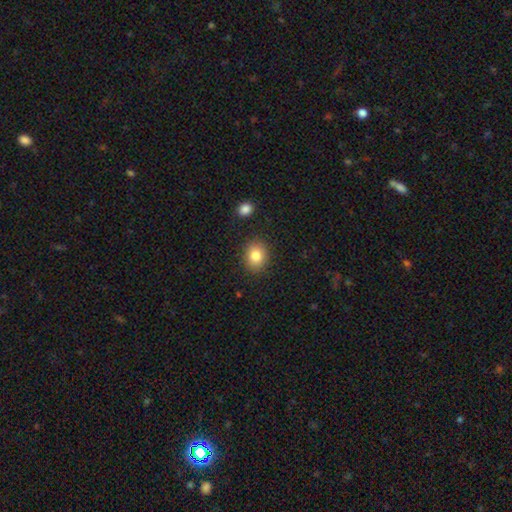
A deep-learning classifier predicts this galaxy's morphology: Smooth or featured? smooth (83%)
How rounded? round (59%)
Merging? none (87%)